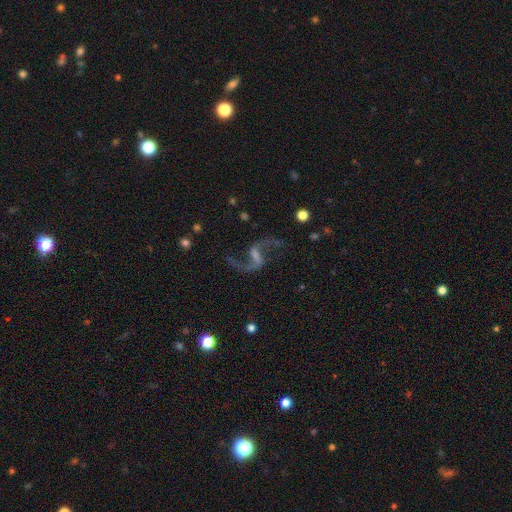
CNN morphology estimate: Smooth or featured: featured or disk — 89% (star or artifact — 7%)
Edge-on disk: no — 97% (yes — 3%)
Bar: weak — 49% (strong — 34%)
Spiral arms: yes — 97% (no — 3%)
Spiral winding: loose — 84% (medium — 14%)
Spiral arm count: 2 — 94% (1 — 2%)
Bulge size: none — 39% (small — 36%)
Merging: none — 78% (minor disturbance — 11%)